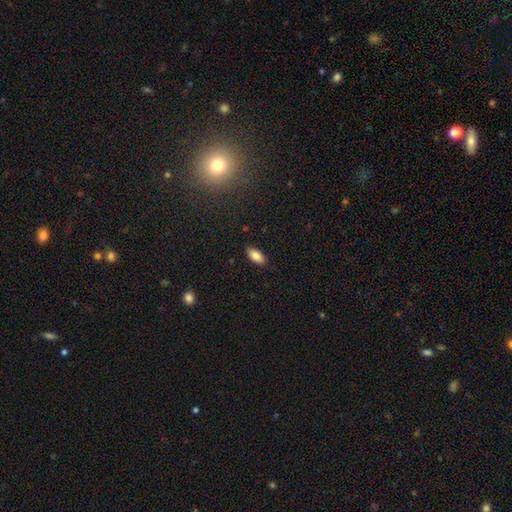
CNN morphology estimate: smooth 83%, featured or disk 9%, star or artifact 7%. Down the decision tree: how rounded — in between (89%); merging — none (88%).